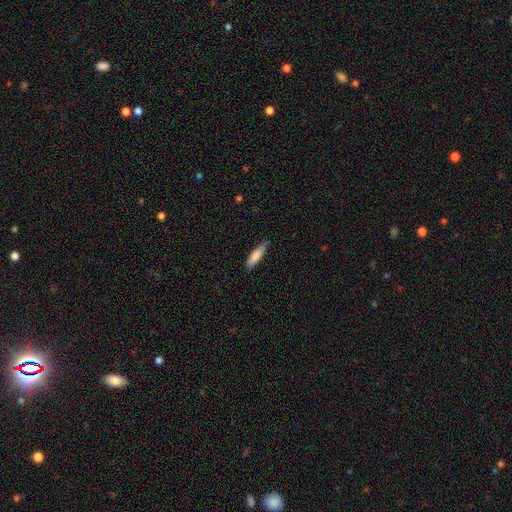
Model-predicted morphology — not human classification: The model was most divided on "how rounded": cigar-shaped: 67%, in between: 31%, round: 1%. More confident: smooth or featured — smooth (84%); merging — none (73%).